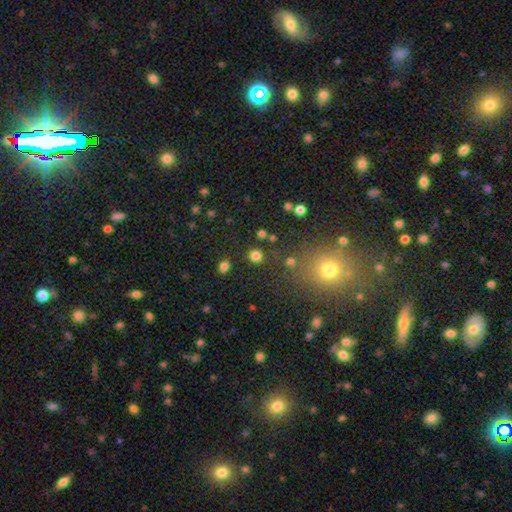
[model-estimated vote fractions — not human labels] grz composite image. It shows a smooth galaxy with no disk features (81%) that is round (92%). Merging: none (87%).